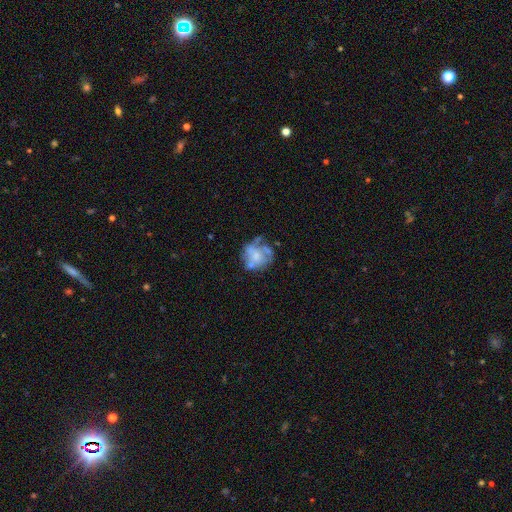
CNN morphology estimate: Q: Smooth or featured?
A: featured or disk (56%); runner-up: smooth (35%)
Q: Edge-on disk?
A: no (98%); runner-up: yes (2%)
Q: Bar?
A: no (86%); runner-up: weak (12%)
Q: Spiral arms?
A: no (73%); runner-up: yes (27%)
Q: Bulge size?
A: moderate (38%); runner-up: small (30%)
Q: Merging?
A: none (46%); runner-up: minor disturbance (24%)